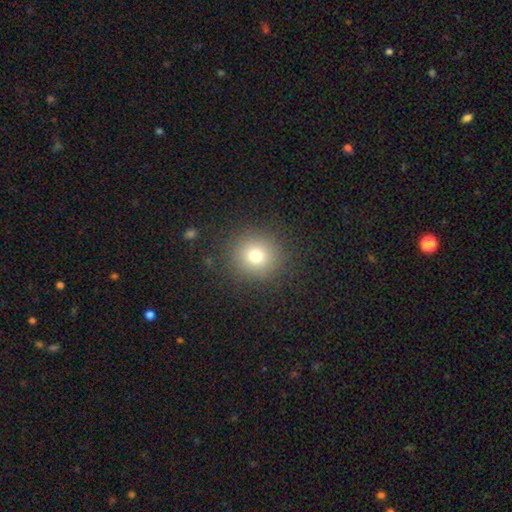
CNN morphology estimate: The model was most divided on "smooth or featured": smooth: 76%, star or artifact: 15%, featured or disk: 10%. More confident: how rounded — round (92%); merging — none (89%).